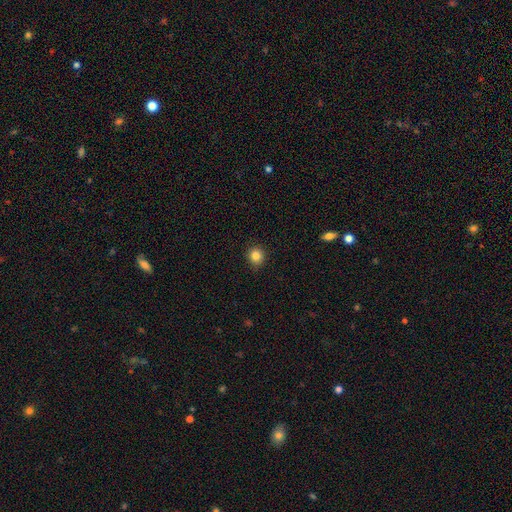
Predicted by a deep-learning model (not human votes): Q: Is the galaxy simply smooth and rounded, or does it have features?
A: smooth — 85%.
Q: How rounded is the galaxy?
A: round — 89%.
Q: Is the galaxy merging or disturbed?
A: none — 89%.